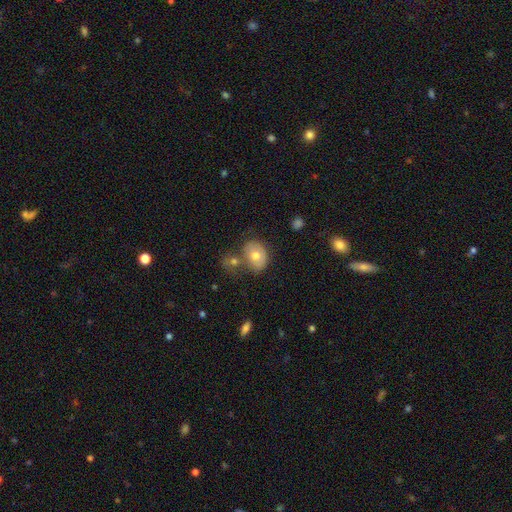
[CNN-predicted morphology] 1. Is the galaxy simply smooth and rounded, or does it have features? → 70% smooth, 22% featured or disk, 8% star or artifact.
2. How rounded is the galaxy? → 63% in between, 36% round, 1% cigar-shaped.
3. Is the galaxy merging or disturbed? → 52% none, 24% merger, 17% minor disturbance, 6% major disturbance.